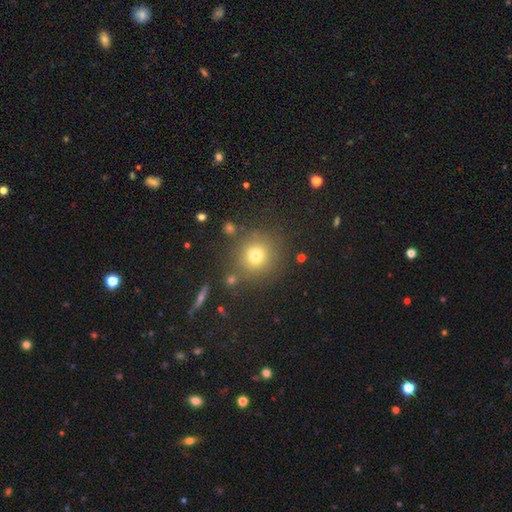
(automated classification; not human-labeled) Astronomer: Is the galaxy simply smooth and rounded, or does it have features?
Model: smooth — 72%.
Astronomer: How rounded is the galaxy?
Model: round — 89%.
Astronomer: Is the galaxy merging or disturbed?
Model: none — 81%.